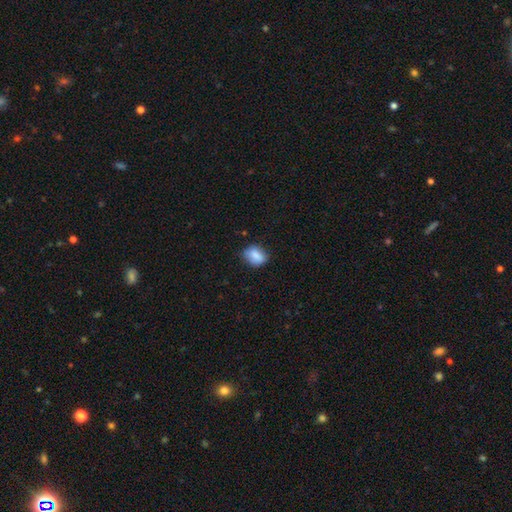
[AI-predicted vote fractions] This appears to be a smooth galaxy with no disk features (82%) that is in between round and cigar-shaped (64%). Merging: none (72%).